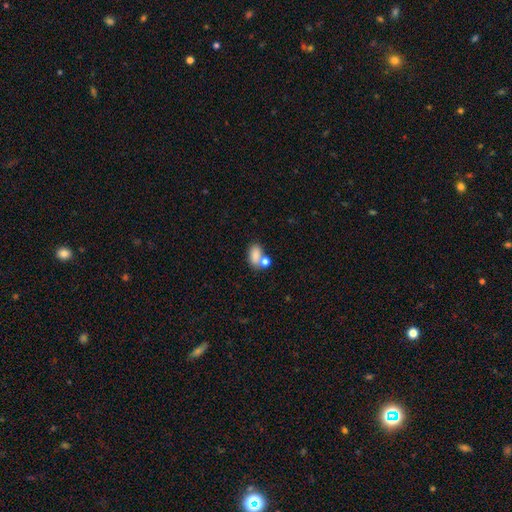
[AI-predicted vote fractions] smooth-or-featured: smooth: 80% | featured or disk: 11% | star or artifact: 9%
  how-rounded: in between: 86% | round: 12% | cigar-shaped: 2%
  merging: none: 43% | merger: 38% | minor disturbance: 13% | major disturbance: 6%